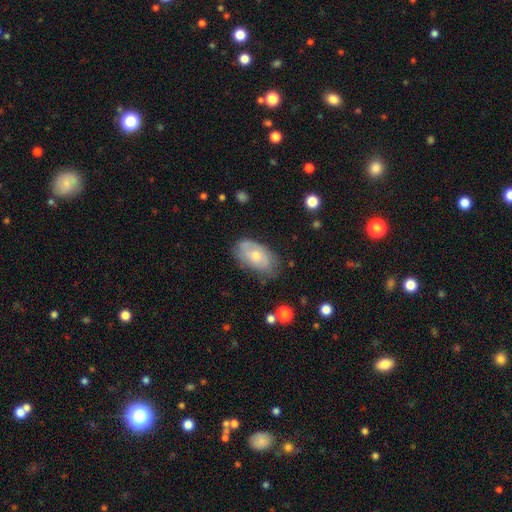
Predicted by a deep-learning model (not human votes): smooth_or_featured: smooth (p=0.48) [alt: featured or disk p=0.46]
merging: none (p=0.63) [alt: minor disturbance p=0.27]